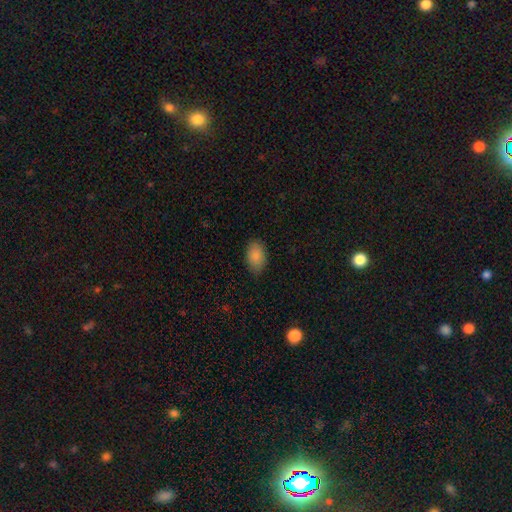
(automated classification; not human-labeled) Q: Smooth or featured?
A: smooth (88%); runner-up: star or artifact (7%)
Q: How rounded?
A: in between (92%); runner-up: round (7%)
Q: Merging?
A: none (83%); runner-up: minor disturbance (13%)